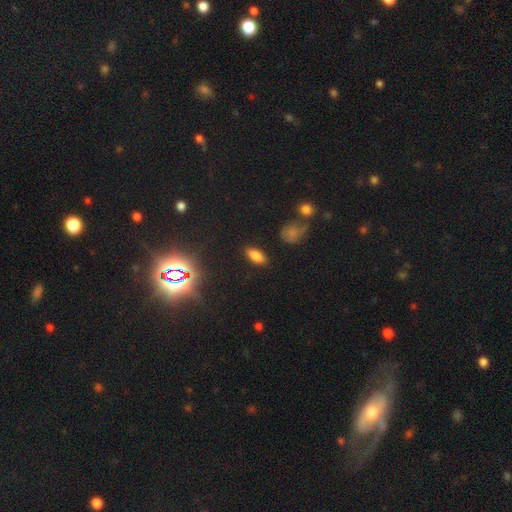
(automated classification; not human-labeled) Overall: smooth (76%). How rounded: in between (86%). Merging: none (88%).